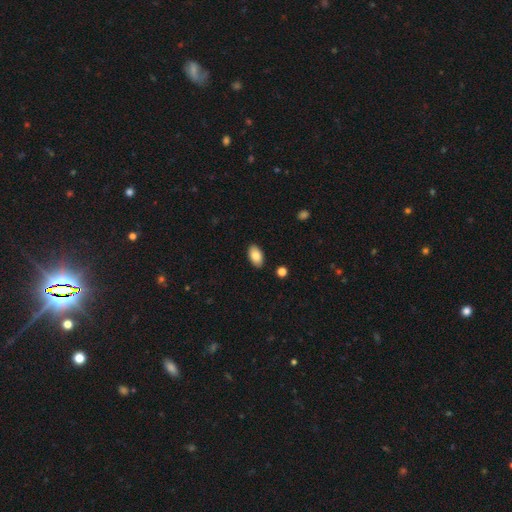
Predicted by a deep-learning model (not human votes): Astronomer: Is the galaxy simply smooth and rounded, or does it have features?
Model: smooth — 84%.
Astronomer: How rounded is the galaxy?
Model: in between — 94%.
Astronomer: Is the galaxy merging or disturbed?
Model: none — 88%.